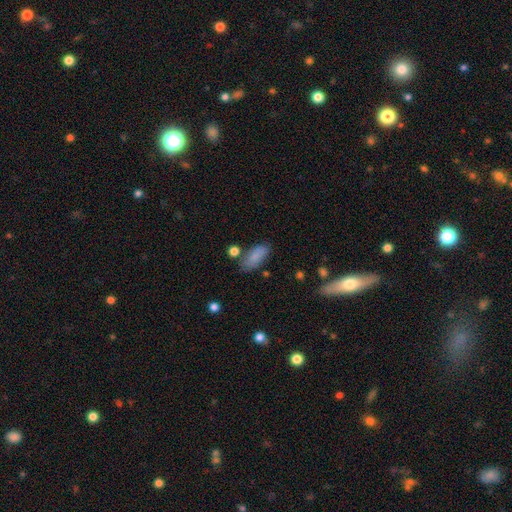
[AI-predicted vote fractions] smooth 83%, featured or disk 10%, star or artifact 7%. Down the decision tree: how rounded — in between (85%); merging — none (69%).